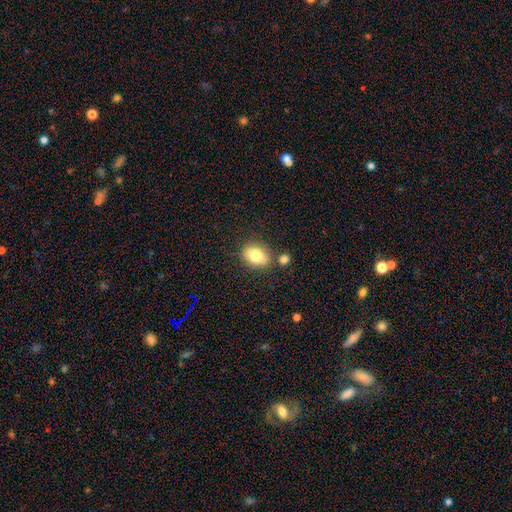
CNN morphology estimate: This appears to be a smooth galaxy with no disk features (81%) that is in between round and cigar-shaped (70%). Merging: none (72%).